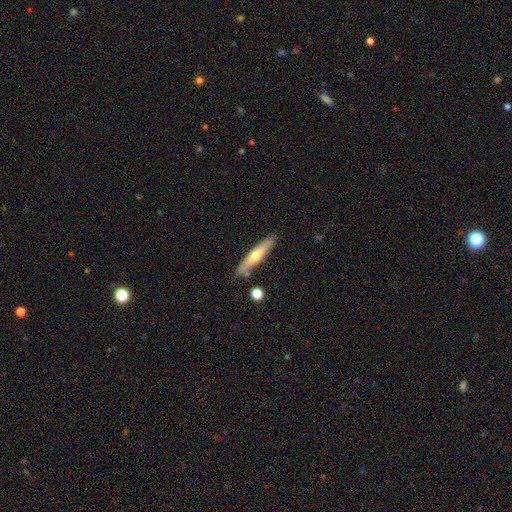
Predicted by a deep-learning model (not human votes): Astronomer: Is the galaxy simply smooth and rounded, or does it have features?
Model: featured or disk — 49% (runner-up: smooth, 45%).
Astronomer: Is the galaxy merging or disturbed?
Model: none — 82%.